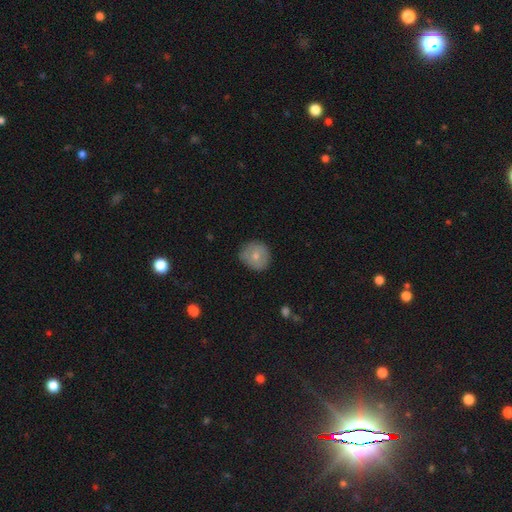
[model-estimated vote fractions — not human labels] The model was most divided on "smooth or featured": smooth: 72%, featured or disk: 20%, star or artifact: 8%. More confident: how rounded — round (89%); merging — none (78%).